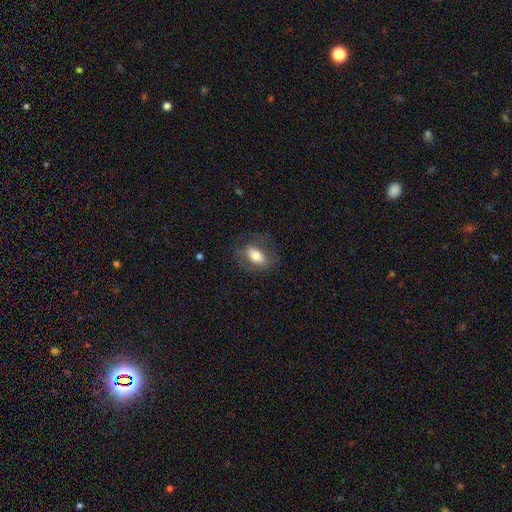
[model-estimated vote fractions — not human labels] A smooth galaxy with no disk features (67%) that is in between round and cigar-shaped (86%).

Vote fractions:
- Smooth or featured? smooth: 67% / featured or disk: 25% / star or artifact: 8%
- How rounded? in between: 86% / round: 10% / cigar-shaped: 4%
- Merging? none: 71% / minor disturbance: 17% / major disturbance: 11% / merger: 1%